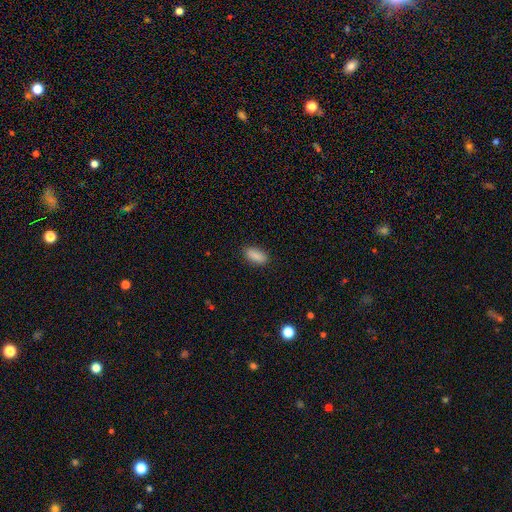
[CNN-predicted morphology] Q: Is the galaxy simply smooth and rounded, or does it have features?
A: smooth — 89%.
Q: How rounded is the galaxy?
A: in between — 85%.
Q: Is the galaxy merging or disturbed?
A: none — 88%.